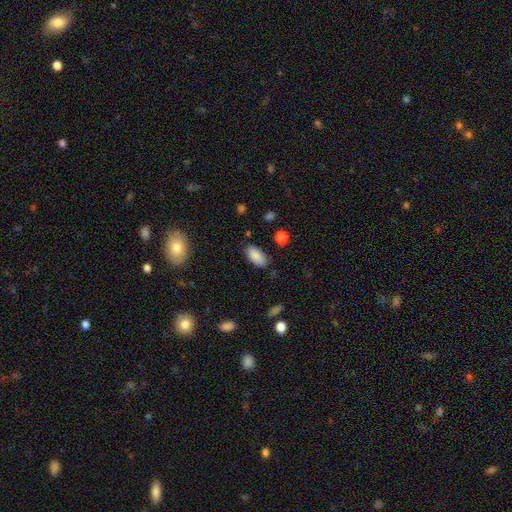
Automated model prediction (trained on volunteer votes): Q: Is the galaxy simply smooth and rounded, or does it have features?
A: smooth — 86%.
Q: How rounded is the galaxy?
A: in between — 93%.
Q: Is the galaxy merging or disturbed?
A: none — 81%.